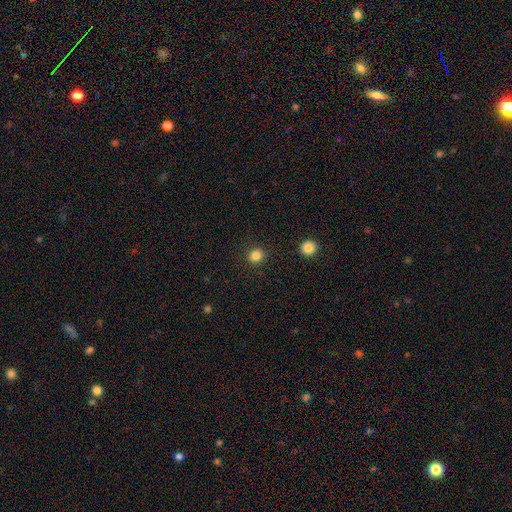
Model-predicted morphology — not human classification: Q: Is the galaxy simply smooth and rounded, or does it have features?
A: smooth — 84%.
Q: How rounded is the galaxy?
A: round — 89%.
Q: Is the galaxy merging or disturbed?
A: none — 91%.